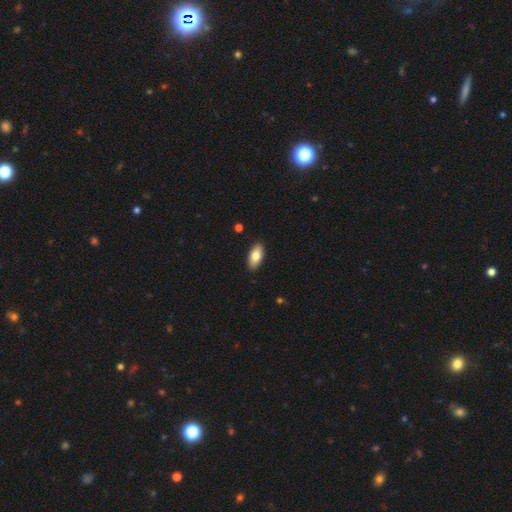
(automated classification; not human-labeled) Smooth or featured? smooth (79%)
How rounded? in between (90%)
Merging? none (90%)